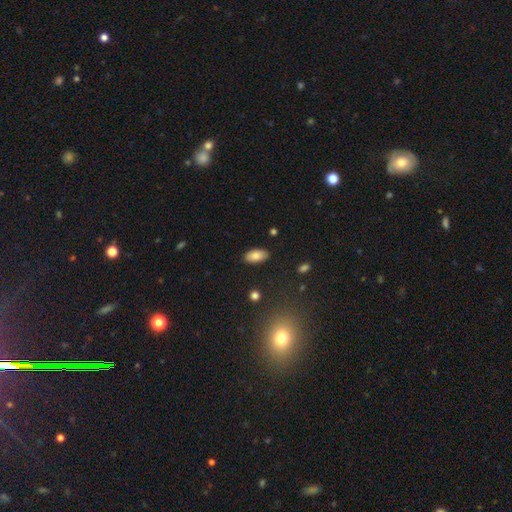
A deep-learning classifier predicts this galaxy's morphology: type=smooth (82%); roundness=in between (94%); merging=none (87%).